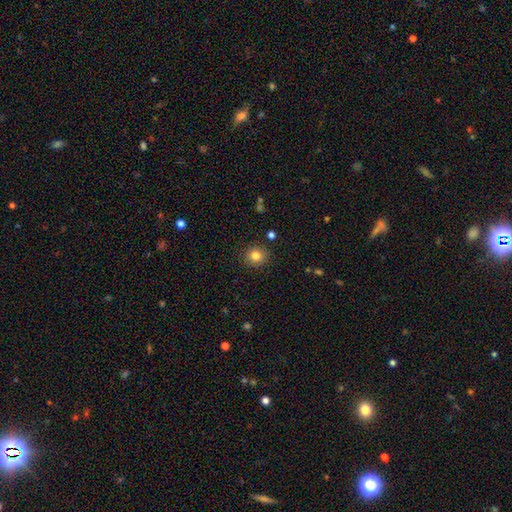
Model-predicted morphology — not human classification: A smooth galaxy with no disk features (81%) that is round (89%). Merging: none (89%).